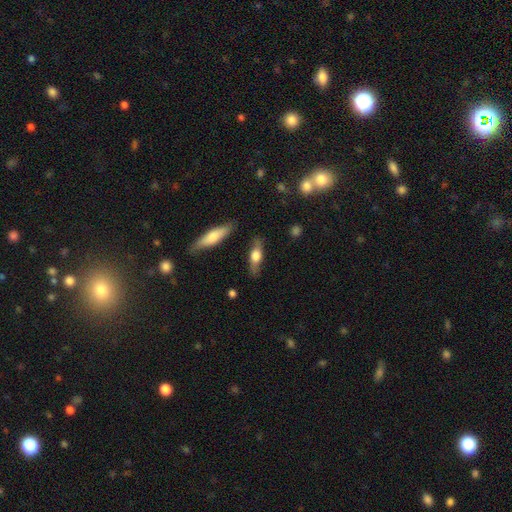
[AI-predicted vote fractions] Smooth or featured?
  - featured or disk: 52% *
  - smooth: 41%
  - star or artifact: 6%
Edge-on disk?
  - yes: 84% *
  - no: 16%
Merging?
  - none: 80% *
  - minor disturbance: 14%
  - major disturbance: 4%
  - merger: 2%